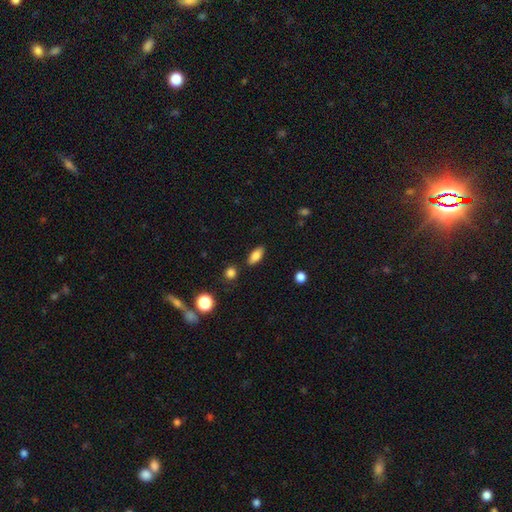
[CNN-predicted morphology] Smooth or featured? smooth (83%)
How rounded? in between (85%)
Merging? none (84%)